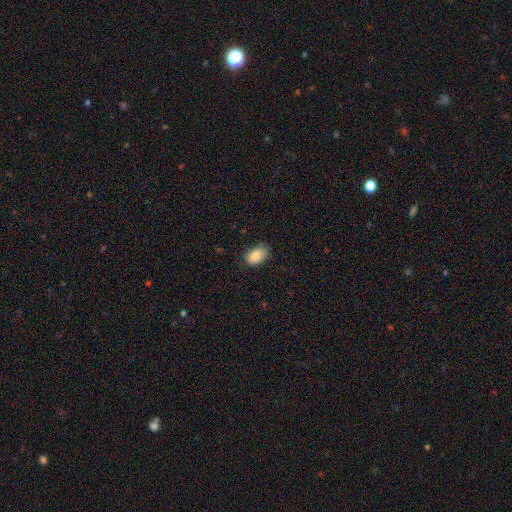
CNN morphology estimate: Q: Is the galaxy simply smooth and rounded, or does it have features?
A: smooth — 86%.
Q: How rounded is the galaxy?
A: in between — 88%.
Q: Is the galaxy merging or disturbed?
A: none — 74%.